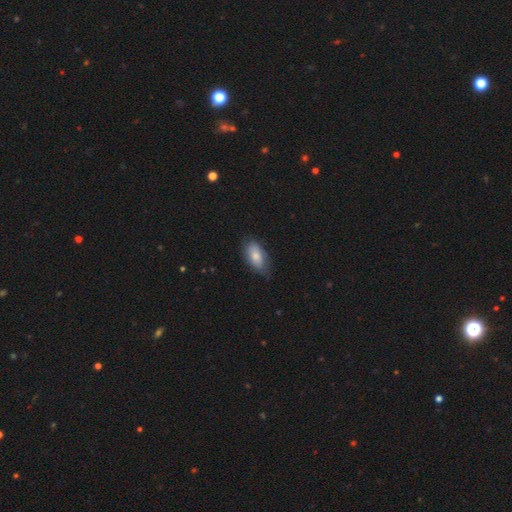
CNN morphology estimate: smooth-or-featured: smooth: 74% | featured or disk: 20% | star or artifact: 6%
  how-rounded: in between: 92% | cigar-shaped: 5% | round: 3%
  merging: none: 67% | minor disturbance: 26% | major disturbance: 6% | merger: 1%